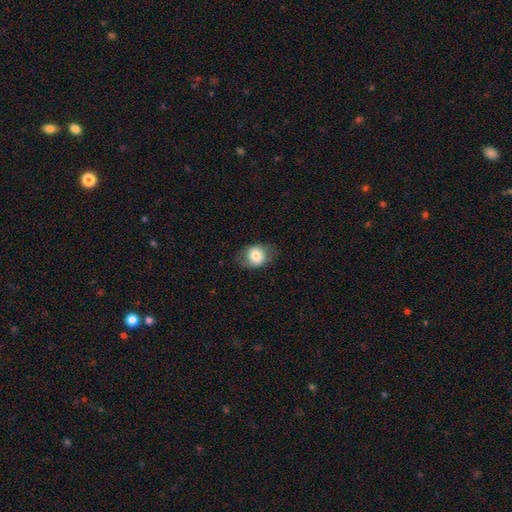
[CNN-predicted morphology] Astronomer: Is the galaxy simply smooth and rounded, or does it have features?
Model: smooth — 75%.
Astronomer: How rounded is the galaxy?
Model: round — 53% (runner-up: in between, 46%).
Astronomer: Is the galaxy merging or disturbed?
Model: none — 74%.